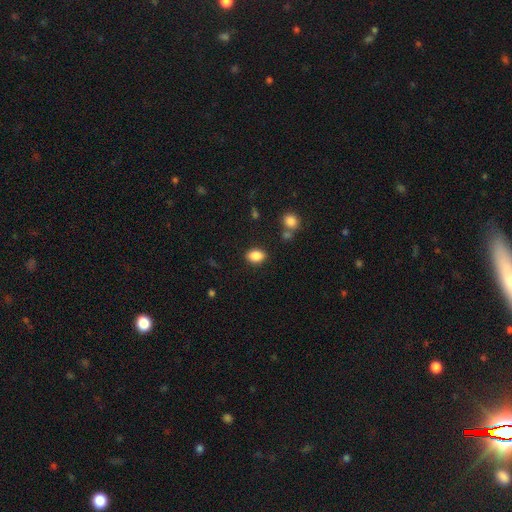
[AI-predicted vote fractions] A smooth galaxy with no disk features (87%) that is in between round and cigar-shaped (81%). Merging: none (85%).